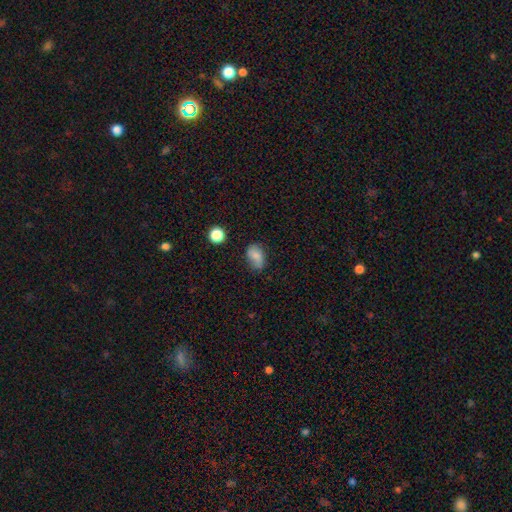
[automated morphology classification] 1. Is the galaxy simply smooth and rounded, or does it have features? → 73% smooth, 16% featured or disk, 11% star or artifact.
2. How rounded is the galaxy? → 81% in between, 17% round, 2% cigar-shaped.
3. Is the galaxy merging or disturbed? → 66% none, 25% minor disturbance, 6% major disturbance, 2% merger.